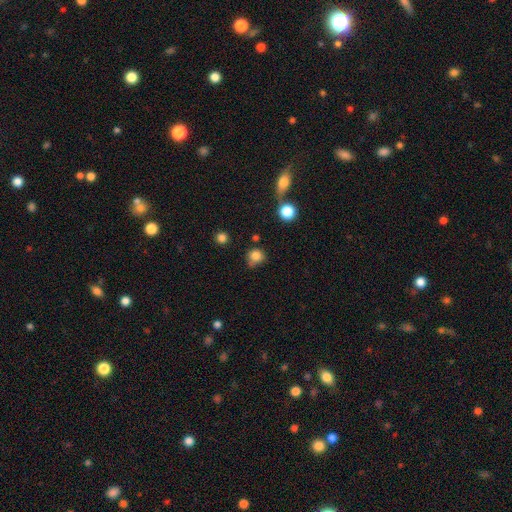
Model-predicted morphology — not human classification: The model was most divided on "merging": none: 60%, minor disturbance: 26%, major disturbance: 7%, merger: 7%. More confident: how rounded — round (82%); smooth or featured — smooth (81%).